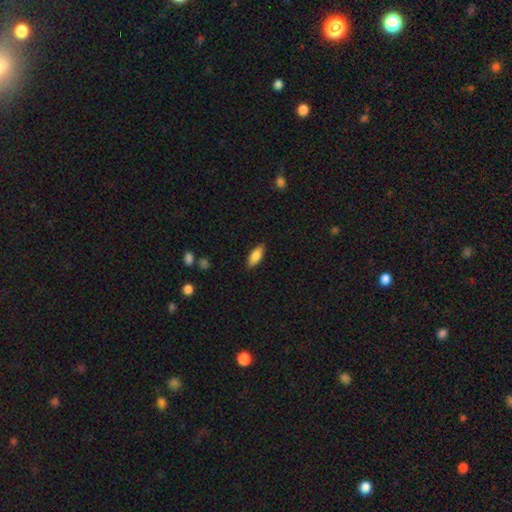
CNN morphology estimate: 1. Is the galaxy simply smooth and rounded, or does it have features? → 84% smooth, 9% featured or disk, 6% star or artifact.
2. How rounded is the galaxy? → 80% in between, 18% cigar-shaped, 2% round.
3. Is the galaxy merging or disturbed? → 86% none, 11% minor disturbance, 2% major disturbance, 1% merger.